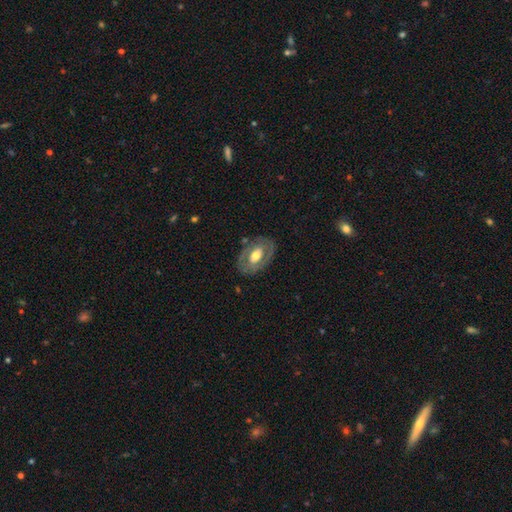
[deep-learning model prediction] Smooth or featured? Predicted: featured or disk (p=0.63). Edge-on disk? Predicted: no (p=0.92). Bar? Predicted: no (p=0.53). Spiral arms? Predicted: no (p=0.63). Bulge size? Predicted: moderate (p=0.66). Merging? Predicted: none (p=0.76).